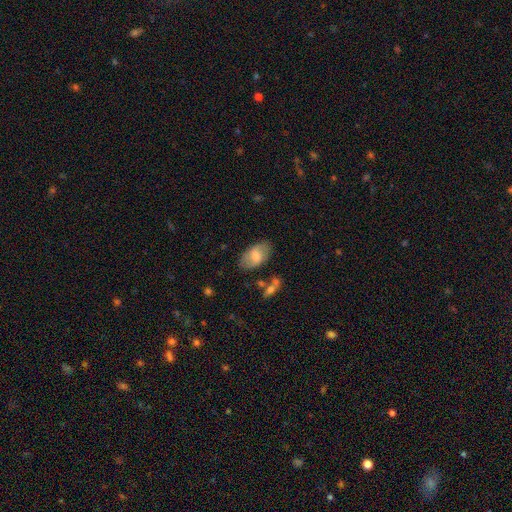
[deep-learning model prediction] smooth-or-featured: smooth: 65% | featured or disk: 28% | star or artifact: 7%
  how-rounded: in between: 93% | round: 5% | cigar-shaped: 2%
  merging: none: 74% | minor disturbance: 17% | major disturbance: 5% | merger: 4%